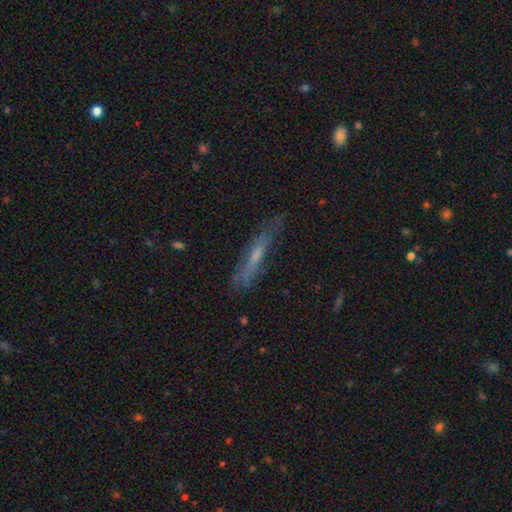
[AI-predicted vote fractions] This appears to be a featured or disk galaxy (53%) viewed edge-on (76%). Merging: none (75%).